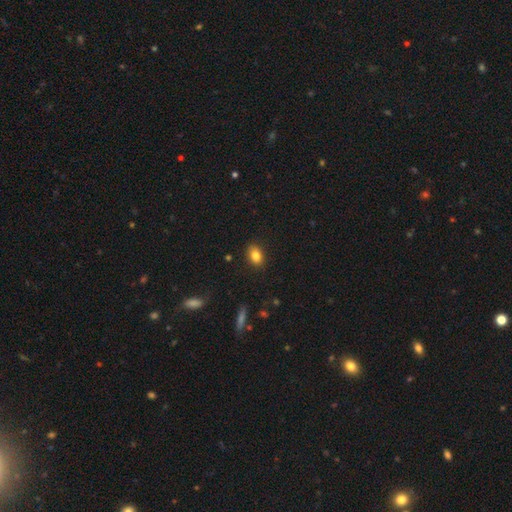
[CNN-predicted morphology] Smooth or featured? smooth (83%)
How rounded? in between (76%)
Merging? none (87%)